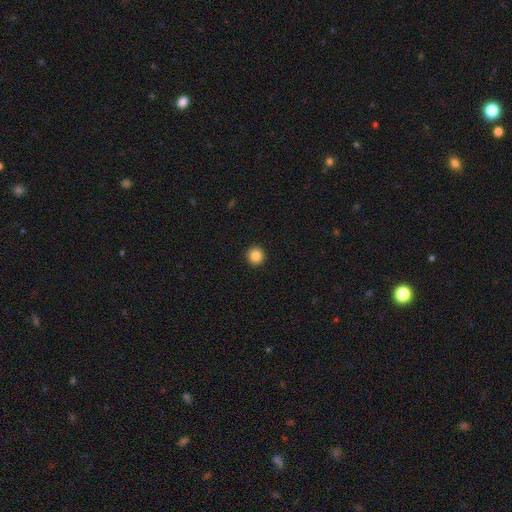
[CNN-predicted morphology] The model was most divided on "smooth or featured": smooth: 85%, star or artifact: 10%, featured or disk: 5%. More confident: how rounded — round (95%); merging — none (94%).